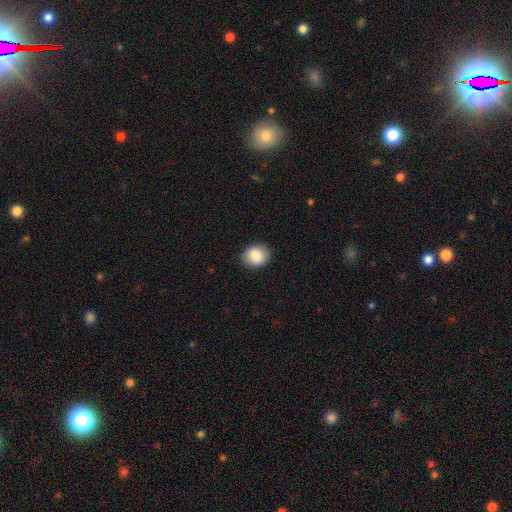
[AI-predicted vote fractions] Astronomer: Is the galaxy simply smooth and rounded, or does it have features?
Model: smooth — 86%.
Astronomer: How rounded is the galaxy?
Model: round — 55% (runner-up: in between, 44%).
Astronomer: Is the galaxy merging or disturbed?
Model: none — 86%.